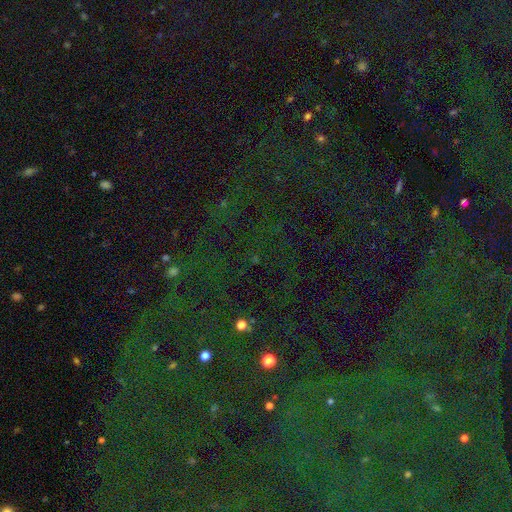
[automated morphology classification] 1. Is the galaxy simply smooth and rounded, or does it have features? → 82% star or artifact, 9% smooth, 9% featured or disk.